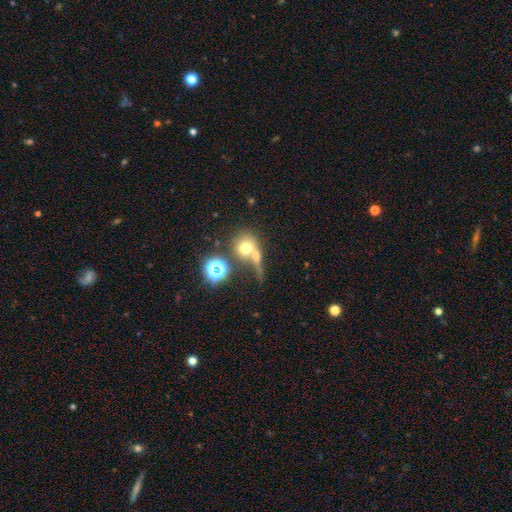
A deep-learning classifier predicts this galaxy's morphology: This appears to be a smooth galaxy with no disk features (61%) that is round (75%). Merging: merger (48%).